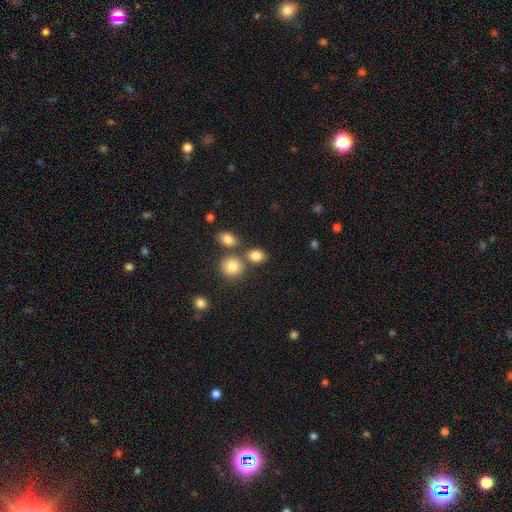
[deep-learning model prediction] A smooth galaxy with no disk features (84%) that is in between round and cigar-shaped (54%).

Vote fractions:
- Smooth or featured? smooth: 84% / star or artifact: 10% / featured or disk: 6%
- How rounded? in between: 54% / round: 44% / cigar-shaped: 1%
- Merging? none: 66% / merger: 20% / minor disturbance: 11% / major disturbance: 4%